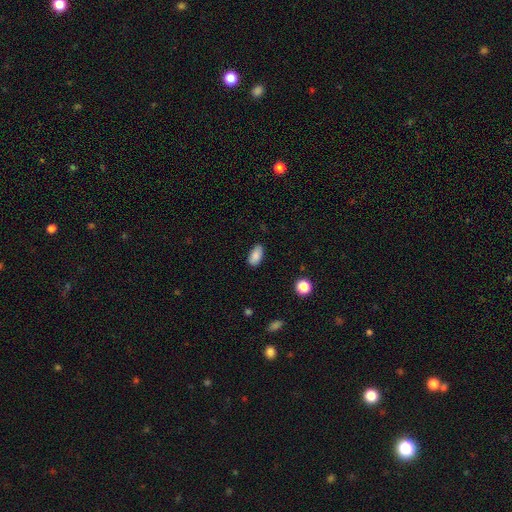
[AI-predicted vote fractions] Overall: smooth (86%). How rounded: in between (93%). Merging: none (82%).